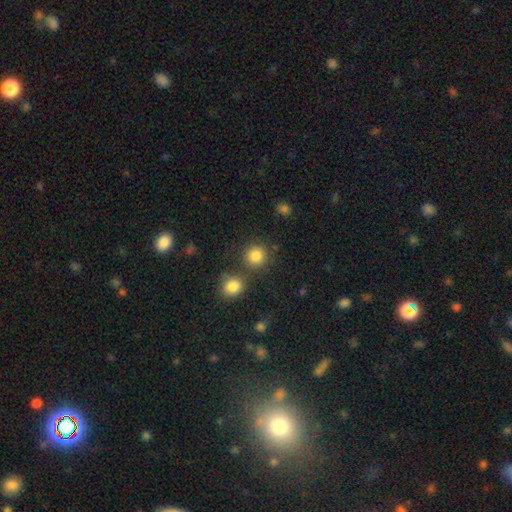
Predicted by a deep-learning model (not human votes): smooth-or-featured: smooth: 84% | star or artifact: 11% | featured or disk: 5%
  how-rounded: round: 90% | in between: 9% | cigar-shaped: 1%
  merging: none: 72% | merger: 17% | minor disturbance: 8% | major disturbance: 4%